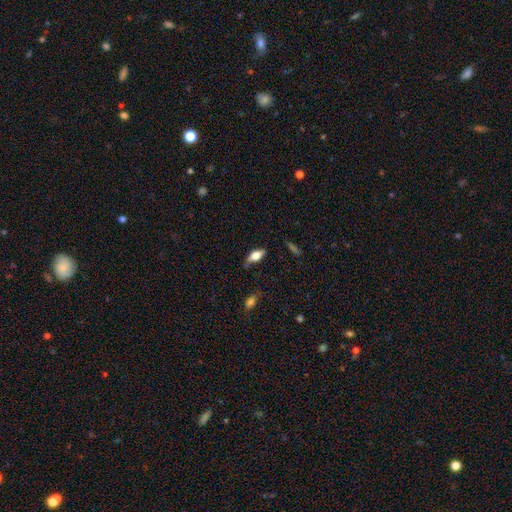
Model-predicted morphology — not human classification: A smooth galaxy with no disk features (56%) that is in between round and cigar-shaped (77%).

Vote fractions:
- Smooth or featured? smooth: 56% / featured or disk: 36% / star or artifact: 8%
- How rounded? in between: 77% / cigar-shaped: 20% / round: 4%
- Merging? none: 76% / minor disturbance: 18% / major disturbance: 4% / merger: 2%